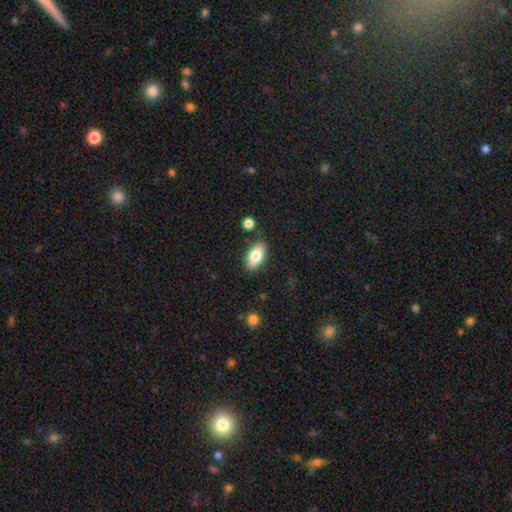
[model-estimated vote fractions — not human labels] smooth-or-featured: smooth: 79% | featured or disk: 14% | star or artifact: 7%
  how-rounded: in between: 90% | cigar-shaped: 6% | round: 4%
  merging: none: 84% | minor disturbance: 11% | merger: 3% | major disturbance: 2%